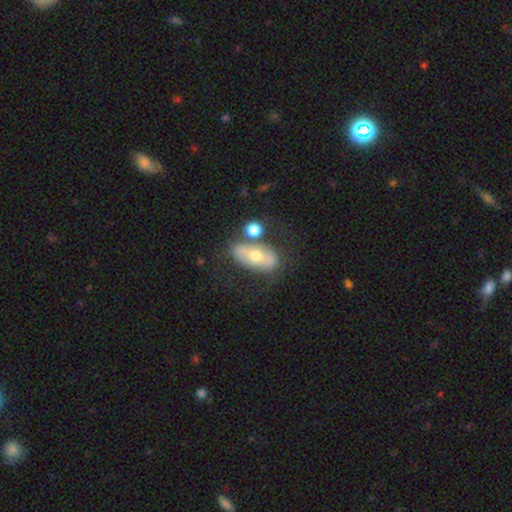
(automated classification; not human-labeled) A featured or disk galaxy (50%).

Vote fractions:
- Smooth or featured? featured or disk: 50% / smooth: 43% / star or artifact: 8%
- Merging? none: 54% / merger: 19% / minor disturbance: 17% / major disturbance: 10%